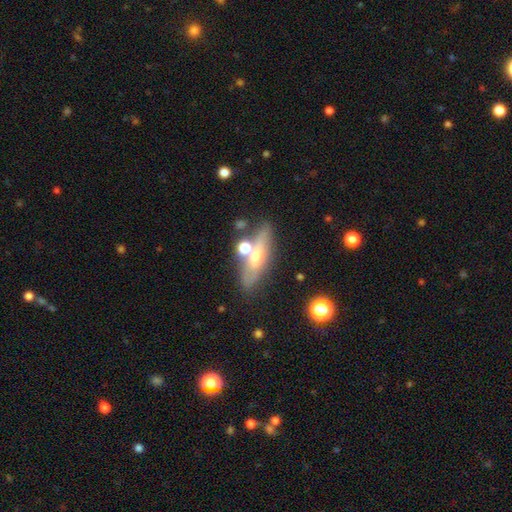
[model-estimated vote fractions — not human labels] A featured or disk galaxy (49%). Merging: none (69%).